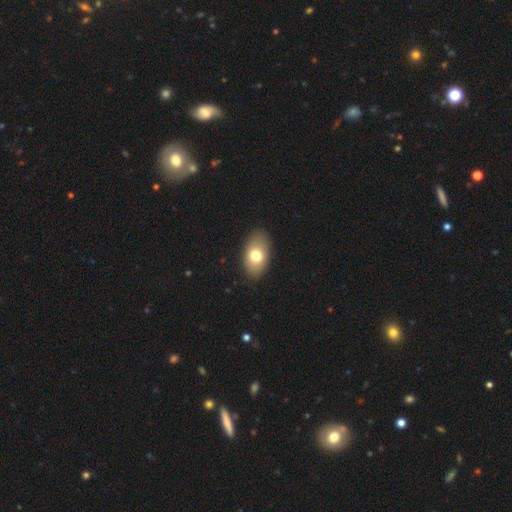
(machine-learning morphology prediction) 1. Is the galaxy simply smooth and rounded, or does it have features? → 74% smooth, 18% featured or disk, 7% star or artifact.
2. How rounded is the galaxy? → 91% in between, 7% round, 2% cigar-shaped.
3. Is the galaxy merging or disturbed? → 86% none, 10% minor disturbance, 2% major disturbance, 1% merger.